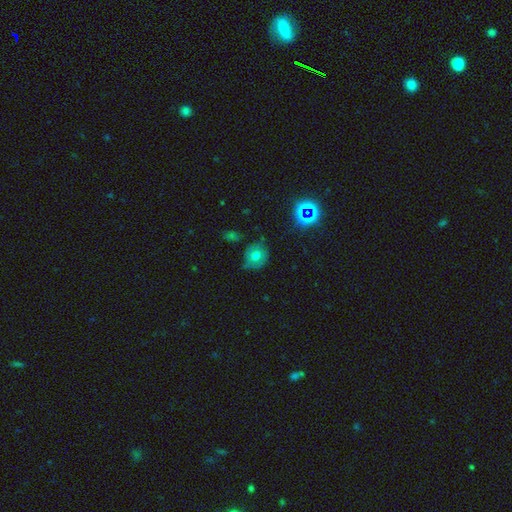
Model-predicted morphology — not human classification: This is likely a smooth galaxy (61%). How rounded: likely round (76%). Merging: likely none (63%).